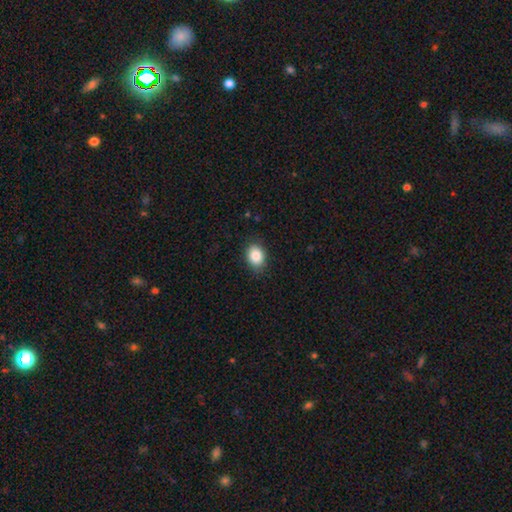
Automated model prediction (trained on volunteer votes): Q: Smooth or featured?
A: smooth (87%); runner-up: star or artifact (8%)
Q: How rounded?
A: in between (68%); runner-up: round (31%)
Q: Merging?
A: none (86%); runner-up: minor disturbance (11%)